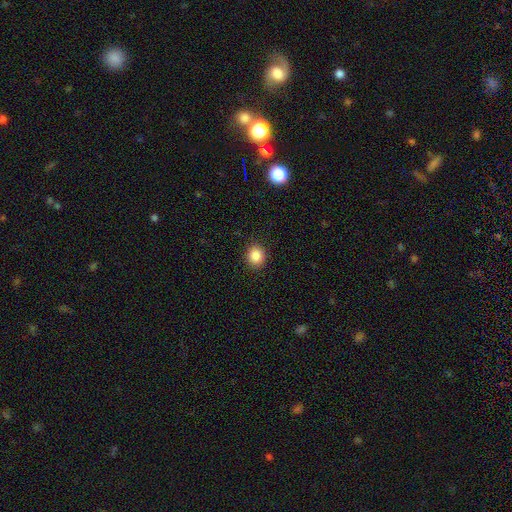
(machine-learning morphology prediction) This is clearly a smooth galaxy (87%). How rounded: likely round (78%). Merging: clearly none (90%).